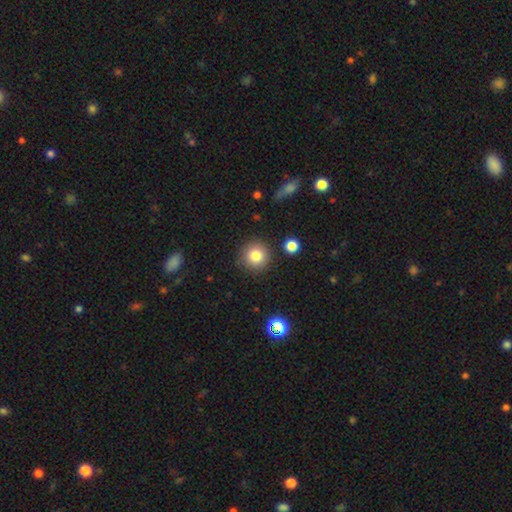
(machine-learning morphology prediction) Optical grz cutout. It shows a smooth galaxy with no disk features (82%) that is round (94%). Merging: none (88%).